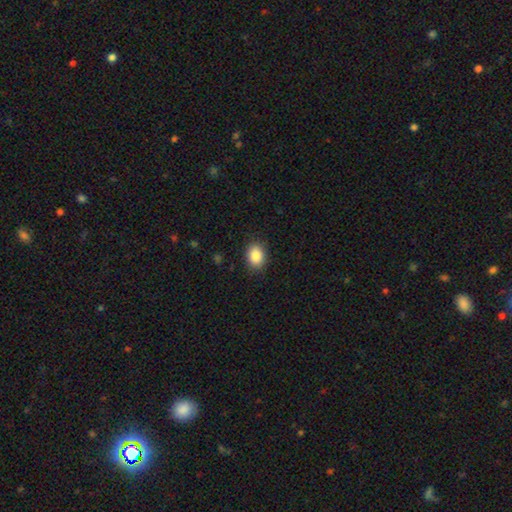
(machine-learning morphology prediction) smooth 87%, star or artifact 9%, featured or disk 5%. Down the decision tree: how rounded — in between (66%); merging — none (88%).